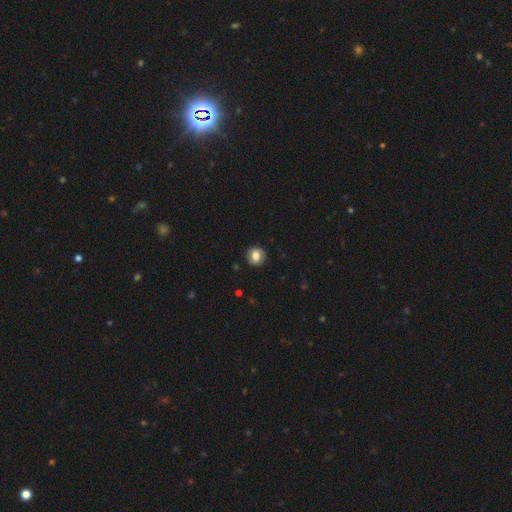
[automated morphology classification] smooth-or-featured: smooth: 73% | featured or disk: 19% | star or artifact: 9%
  how-rounded: round: 87% | in between: 12% | cigar-shaped: 1%
  merging: none: 88% | minor disturbance: 9% | major disturbance: 2% | merger: 1%